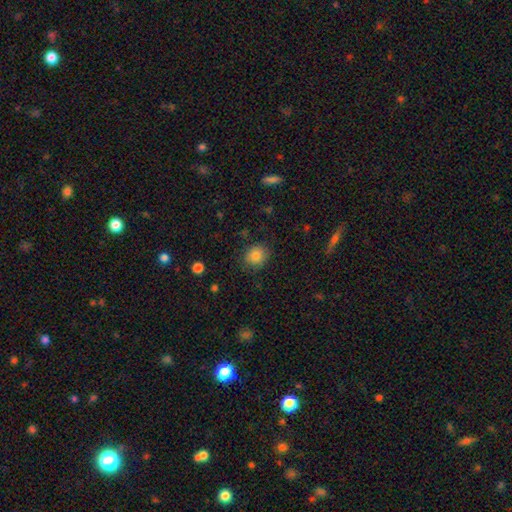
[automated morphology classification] A smooth galaxy with no disk features (82%) that is round (74%).

Vote fractions:
- Smooth or featured? smooth: 82% / star or artifact: 10% / featured or disk: 8%
- How rounded? round: 74% / in between: 25% / cigar-shaped: 1%
- Merging? none: 83% / minor disturbance: 13% / major disturbance: 3% / merger: 1%